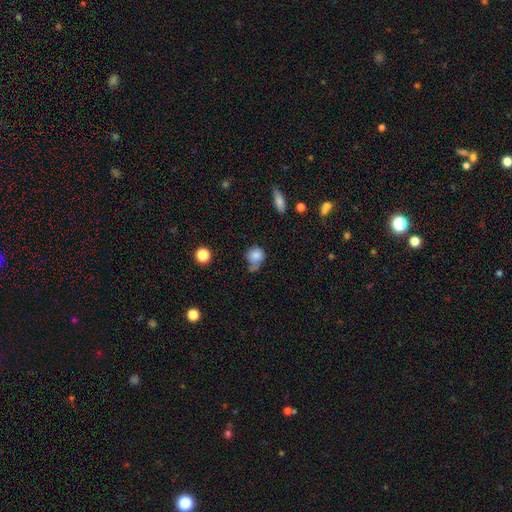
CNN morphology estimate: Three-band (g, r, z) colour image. It shows a smooth galaxy with no disk features (79%) that is round (72%). Merging: none (40%).